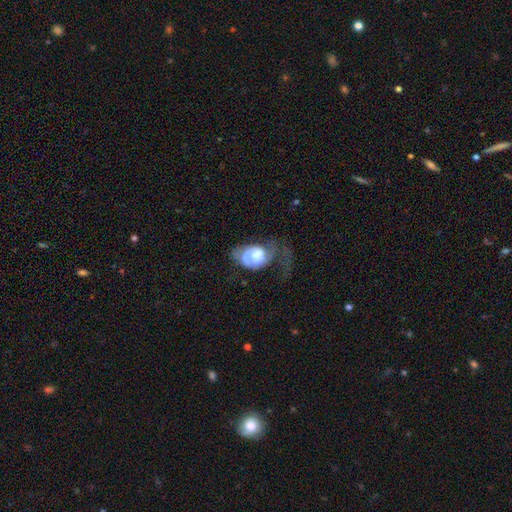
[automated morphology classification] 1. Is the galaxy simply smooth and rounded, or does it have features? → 60% featured or disk, 33% smooth, 7% star or artifact.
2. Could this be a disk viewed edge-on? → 97% no, 3% yes.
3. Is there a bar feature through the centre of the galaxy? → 71% no, 23% weak, 5% strong.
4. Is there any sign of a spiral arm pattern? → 72% yes, 28% no.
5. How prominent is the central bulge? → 39% large, 29% moderate, 12% small, 11% none, 9% dominant.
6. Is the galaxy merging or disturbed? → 56% major disturbance, 21% minor disturbance, 19% none, 4% merger.